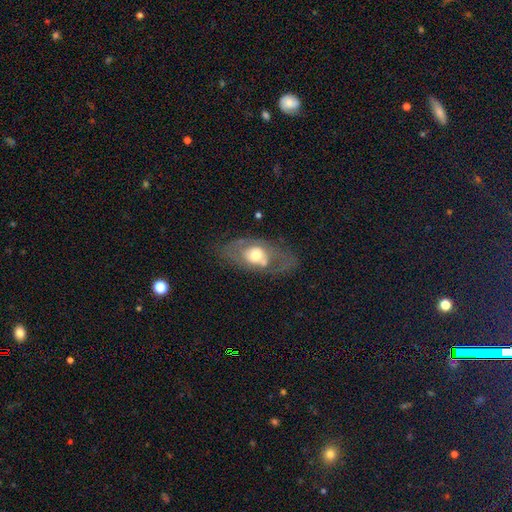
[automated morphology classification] The model was most divided on "smooth or featured": featured or disk: 57%, smooth: 36%, star or artifact: 7%. More confident: edge-on disk — no (89%); bar — no (82%); spiral arms — no (66%); bulge size — moderate (62%); merging — none (58%).